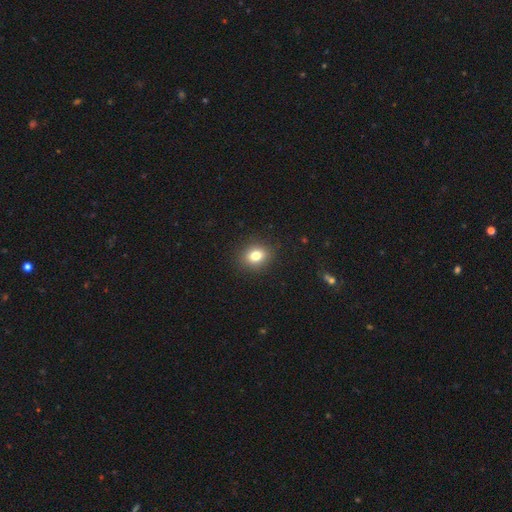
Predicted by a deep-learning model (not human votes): Overall: smooth (80%). How rounded: round (54%; in between 45%). Merging: none (90%).